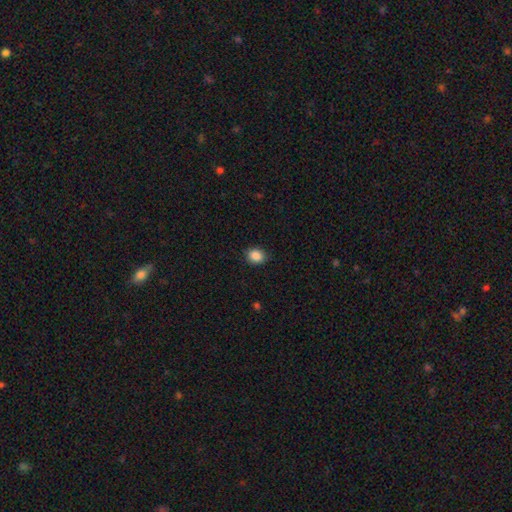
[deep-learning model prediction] This appears to be a smooth galaxy with no disk features (87%) that is round (59%). Merging: none (87%).